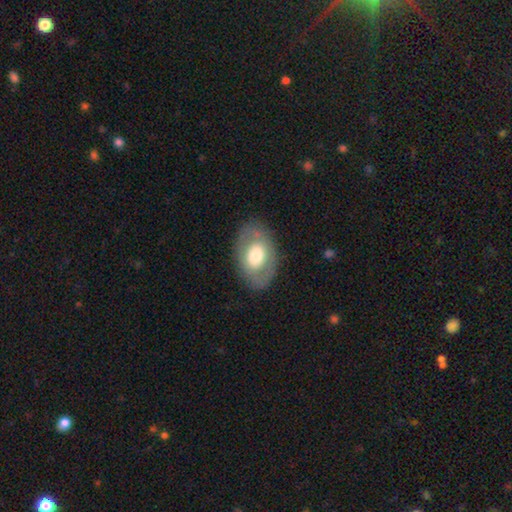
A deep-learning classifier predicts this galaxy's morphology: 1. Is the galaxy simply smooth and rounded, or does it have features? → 54% smooth, 40% featured or disk, 6% star or artifact.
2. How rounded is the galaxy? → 84% in between, 15% round, 1% cigar-shaped.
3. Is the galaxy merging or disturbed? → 80% none, 13% minor disturbance, 6% major disturbance, 1% merger.